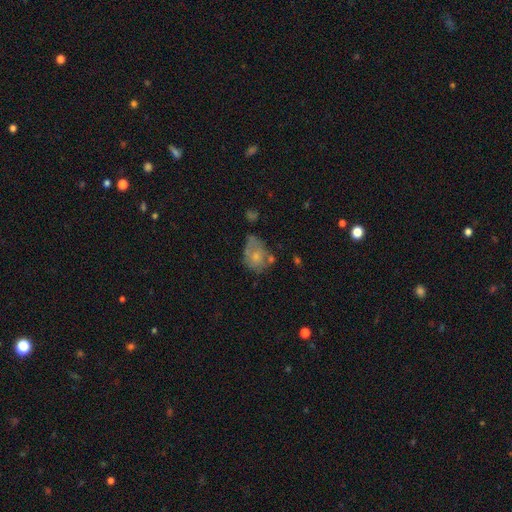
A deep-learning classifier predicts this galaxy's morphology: This appears to be a smooth galaxy with no disk features (57%) that is in between round and cigar-shaped (64%). Merging: none (34%).